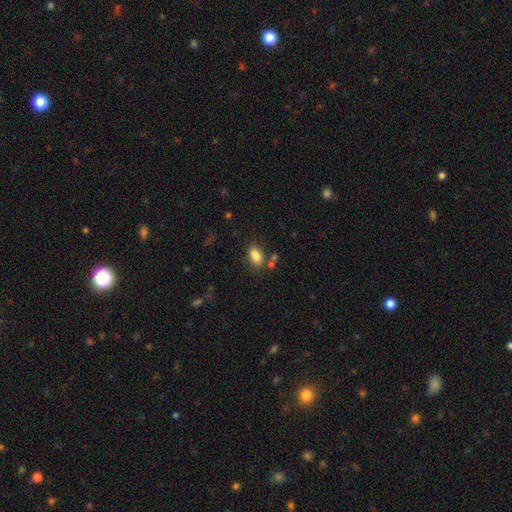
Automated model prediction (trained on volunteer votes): This is clearly a smooth galaxy (84%). How rounded: clearly in between (87%). Merging: likely none (68%).